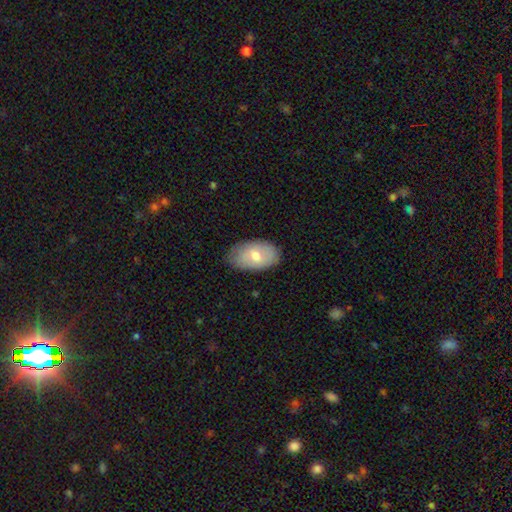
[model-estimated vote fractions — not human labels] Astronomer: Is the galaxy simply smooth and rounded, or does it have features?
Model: smooth — 68%.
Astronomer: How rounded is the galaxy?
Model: in between — 93%.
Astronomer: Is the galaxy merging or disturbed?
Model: none — 75%.